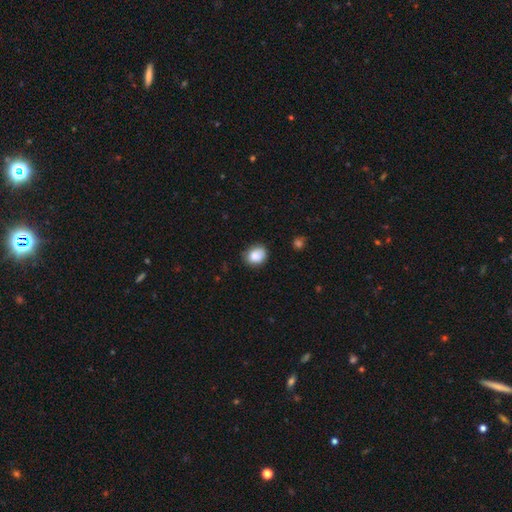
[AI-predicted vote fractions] smooth-or-featured: smooth: 86% | star or artifact: 8% | featured or disk: 5%
  how-rounded: round: 53% | in between: 46% | cigar-shaped: 1%
  merging: none: 71% | minor disturbance: 23% | major disturbance: 4% | merger: 2%